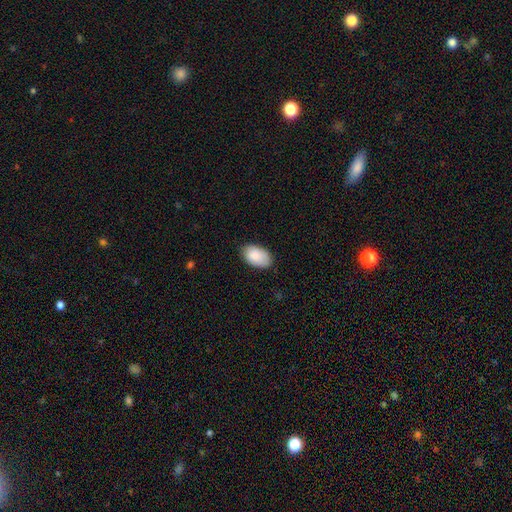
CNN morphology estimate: smooth 86%, featured or disk 8%, star or artifact 6%. Down the decision tree: how rounded — in between (93%); merging — none (80%).